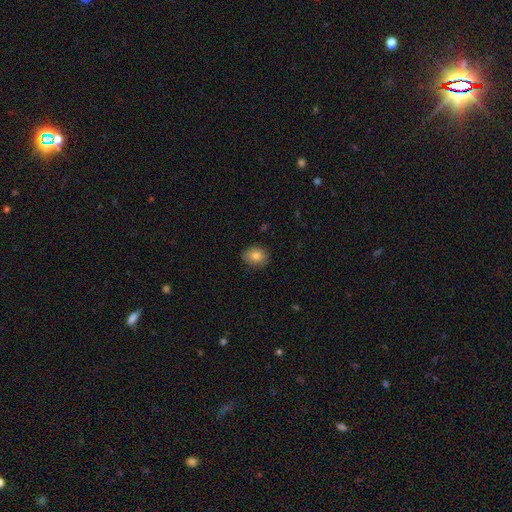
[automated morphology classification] The model was most divided on "how rounded": round: 58%, in between: 41%, cigar-shaped: 1%. More confident: merging — none (83%); smooth or featured — smooth (82%).